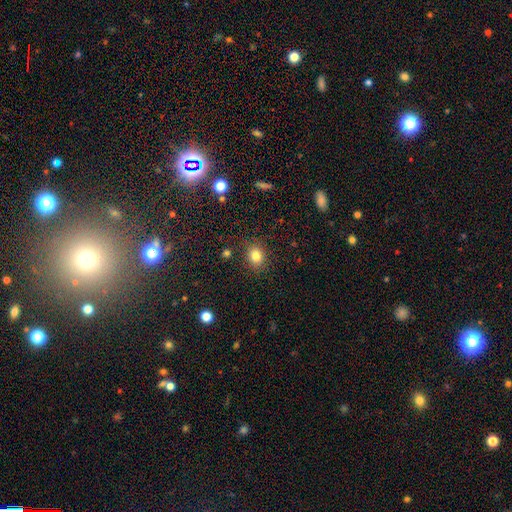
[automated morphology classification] Smooth or featured? Predicted: smooth (p=0.82). How rounded? Predicted: round (p=0.56). Merging? Predicted: none (p=0.84).